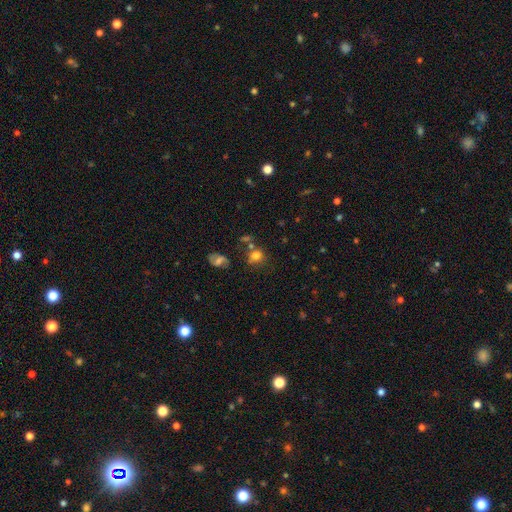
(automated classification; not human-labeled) smooth_or_featured: smooth (p=0.73) [alt: featured or disk p=0.13]
how_rounded: round (p=0.65) [alt: in between p=0.33]
merging: none (p=0.61) [alt: minor disturbance p=0.18]